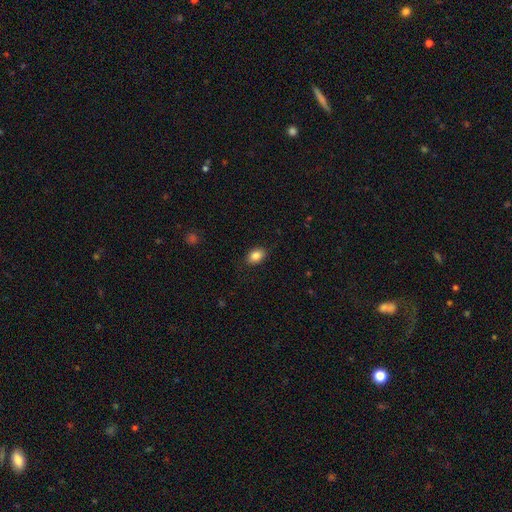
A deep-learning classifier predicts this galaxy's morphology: Smooth or featured? smooth (86%)
How rounded? in between (81%)
Merging? none (87%)